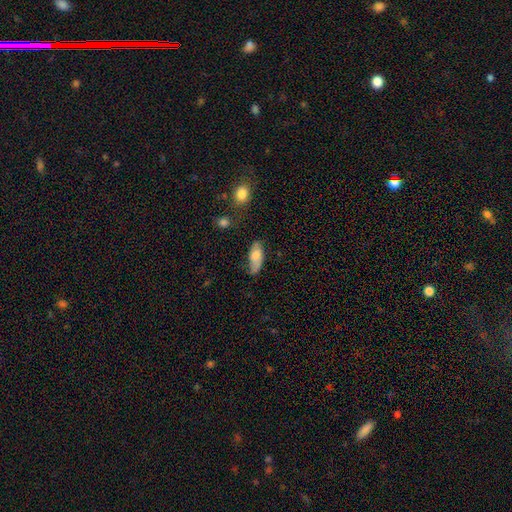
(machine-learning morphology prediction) Smooth or featured? Predicted: smooth (p=0.66). How rounded? Predicted: in between (p=0.82). Merging? Predicted: none (p=0.56).